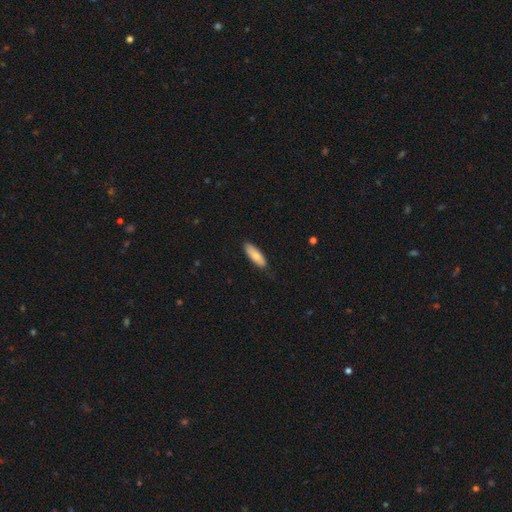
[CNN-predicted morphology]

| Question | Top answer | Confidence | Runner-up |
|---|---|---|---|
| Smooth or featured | smooth | 77% | featured or disk (17%) |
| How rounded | in between | 58% | cigar-shaped (40%) |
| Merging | none | 80% | minor disturbance (17%) |